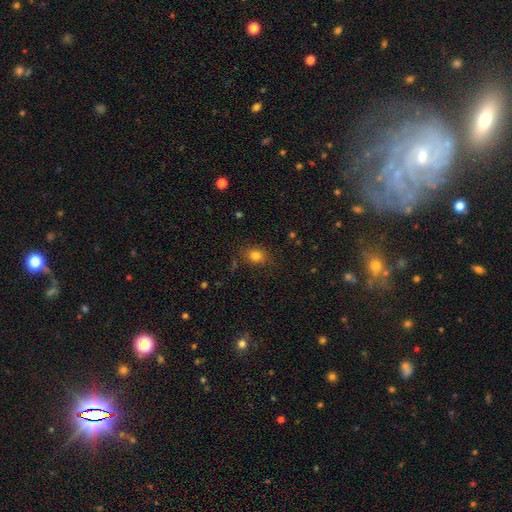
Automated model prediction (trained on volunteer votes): smooth 81%, star or artifact 13%, featured or disk 7%. Down the decision tree: how rounded — round (54%); merging — none (81%).